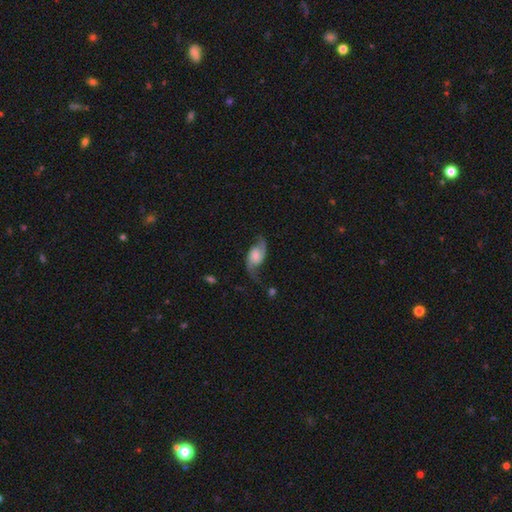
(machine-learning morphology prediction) A featured or disk galaxy (81%) with no bar (51%), 2 (91%) loose (58%) spiral arms (96%) and no central bulge (29%). Merging: none (64%).